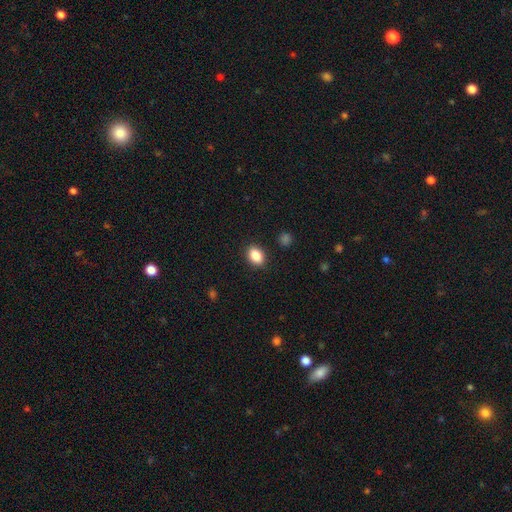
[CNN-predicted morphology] Smooth or featured: smooth — 87% (star or artifact — 8%)
How rounded: in between — 78% (round — 21%)
Merging: none — 88% (minor disturbance — 8%)